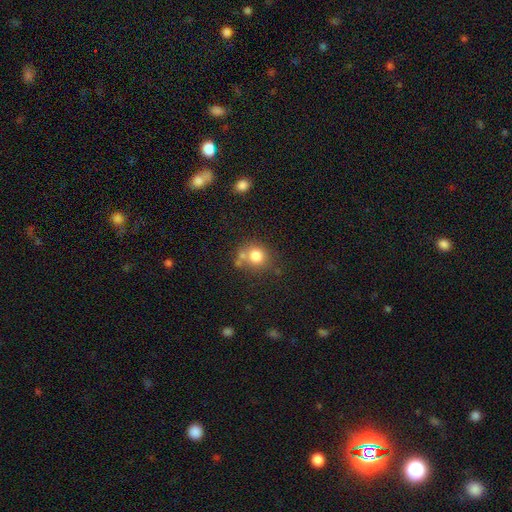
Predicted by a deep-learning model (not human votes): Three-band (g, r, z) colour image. It shows a smooth galaxy with no disk features (79%) that is round (86%). Merging: none (60%).